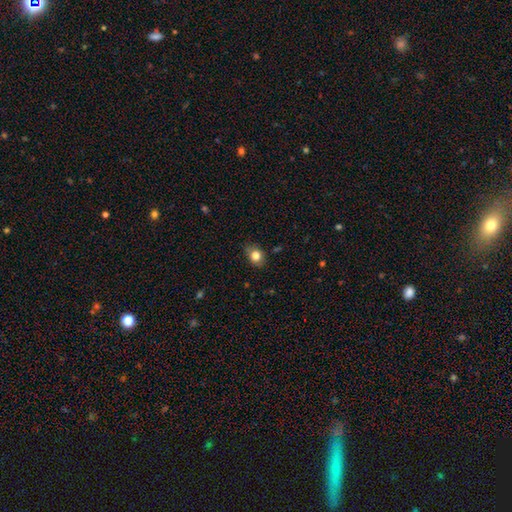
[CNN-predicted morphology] A smooth galaxy with no disk features (81%) that is in between round and cigar-shaped (54%). Merging: none (79%).